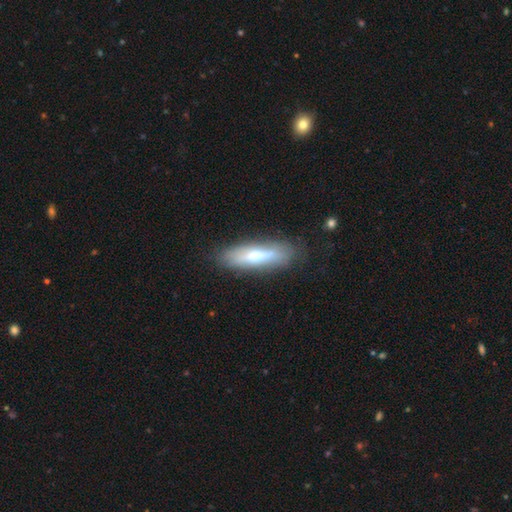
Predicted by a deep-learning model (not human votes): Smooth or featured?
  - smooth: 55% *
  - featured or disk: 37%
  - star or artifact: 7%
How rounded?
  - cigar-shaped: 64% *
  - in between: 34%
  - round: 2%
Merging?
  - none: 75% *
  - minor disturbance: 17%
  - major disturbance: 6%
  - merger: 2%